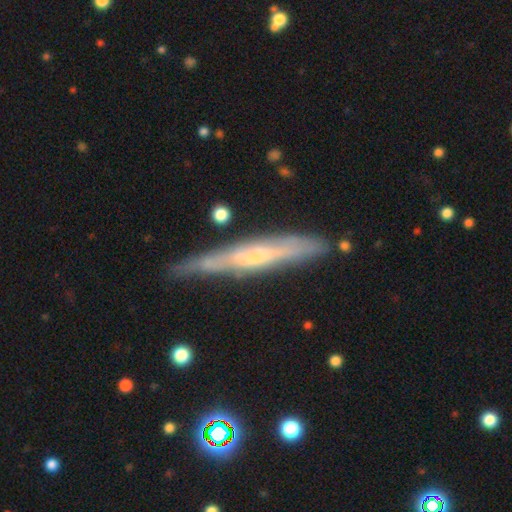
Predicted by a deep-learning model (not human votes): featured or disk 65%, smooth 29%, star or artifact 6%. Down the decision tree: edge-on disk — yes (88%); edge-on bulge — none (49%); merging — none (74%).